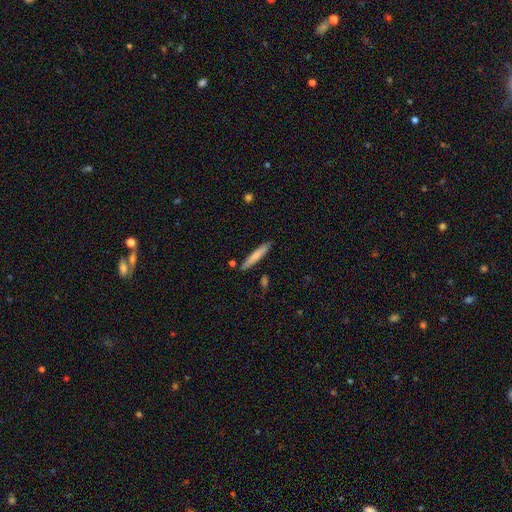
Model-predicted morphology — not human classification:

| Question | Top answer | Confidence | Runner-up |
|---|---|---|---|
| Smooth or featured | smooth | 73% | featured or disk (21%) |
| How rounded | cigar-shaped | 93% | in between (6%) |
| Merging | none | 86% | minor disturbance (9%) |